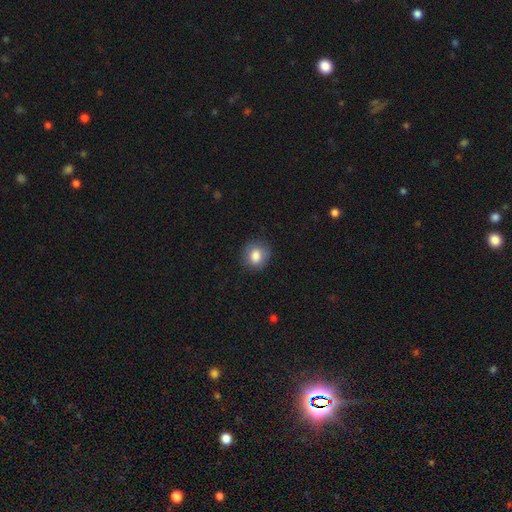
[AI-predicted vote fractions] smooth-or-featured: smooth: 82% | featured or disk: 9% | star or artifact: 8%
  how-rounded: round: 70% | in between: 29% | cigar-shaped: 1%
  merging: none: 83% | minor disturbance: 12% | major disturbance: 3% | merger: 1%